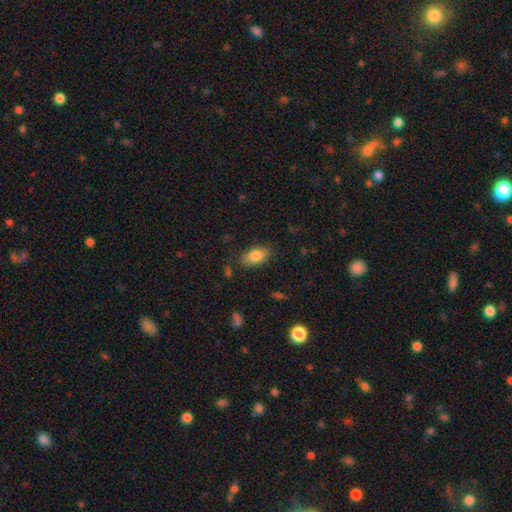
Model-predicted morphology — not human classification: type=smooth (83%); roundness=in between (92%); merging=none (82%).